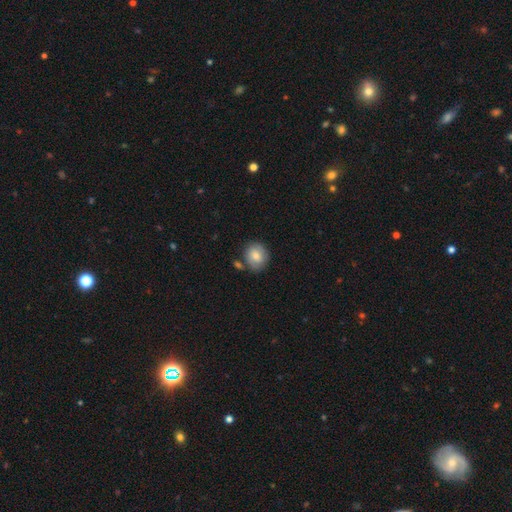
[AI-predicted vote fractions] This appears to be a smooth galaxy with no disk features (73%) that is round (73%). Merging: none (71%).